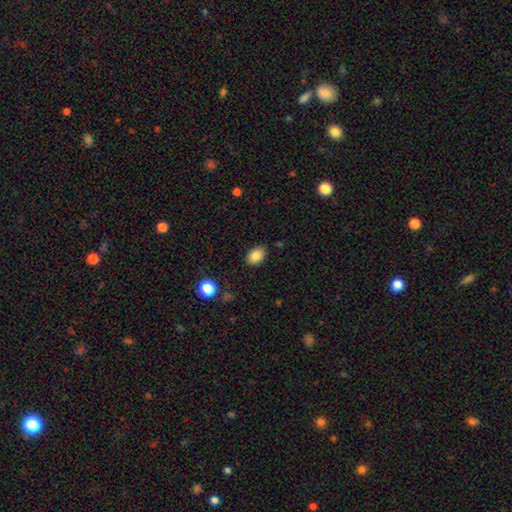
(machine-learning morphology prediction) This is clearly a smooth galaxy (86%). How rounded: likely in between (80%). Merging: clearly none (83%).